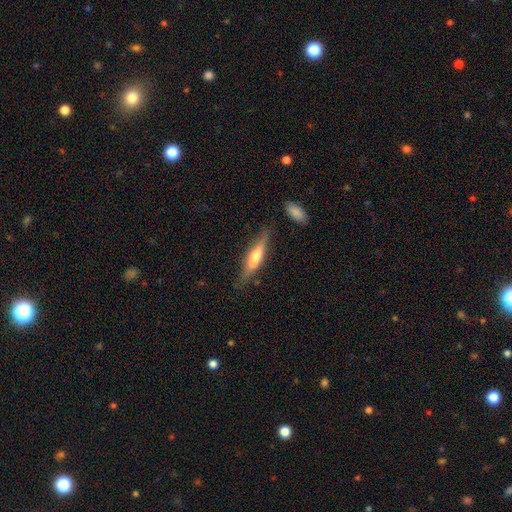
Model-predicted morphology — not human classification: A featured or disk galaxy (51%) viewed edge-on (87%).

Vote fractions:
- Smooth or featured? featured or disk: 51% / smooth: 43% / star or artifact: 6%
- Edge-on disk? yes: 87% / no: 13%
- Merging? none: 58% / merger: 22% / minor disturbance: 15% / major disturbance: 5%